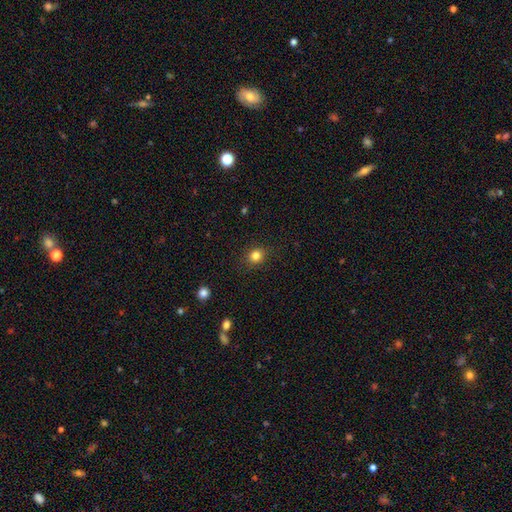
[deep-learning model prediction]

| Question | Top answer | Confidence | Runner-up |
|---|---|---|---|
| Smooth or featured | smooth | 82% | star or artifact (12%) |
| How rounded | round | 80% | in between (19%) |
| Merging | none | 88% | minor disturbance (8%) |